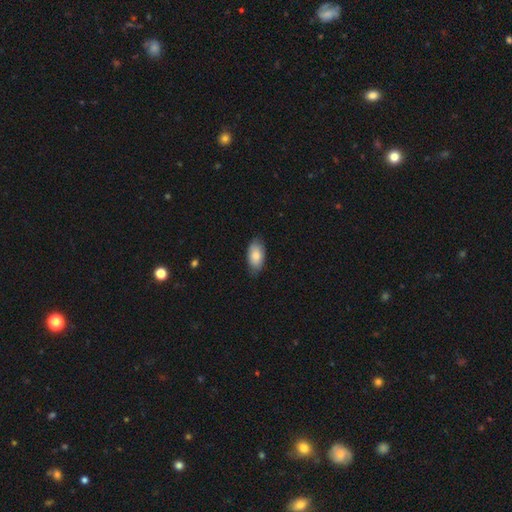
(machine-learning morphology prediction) A smooth galaxy with no disk features (82%) that is in between round and cigar-shaped (93%). Merging: none (76%).